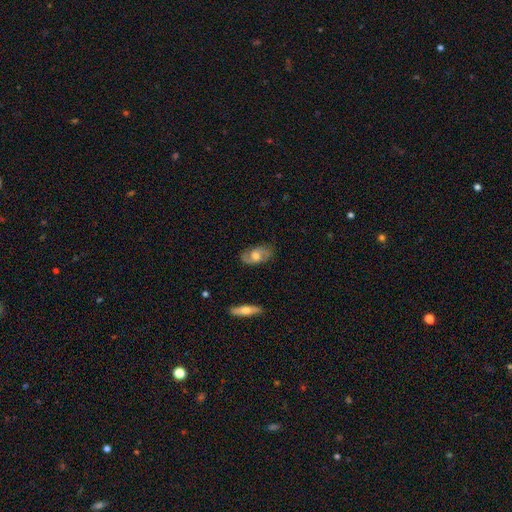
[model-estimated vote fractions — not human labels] Overall: featured or disk (64%; smooth 30%). Edge-on disk: no (91%). Bar: no (55%; weak 38%). Spiral arms: yes (86%). Bulge size: moderate (65%). Merging: none (79%).